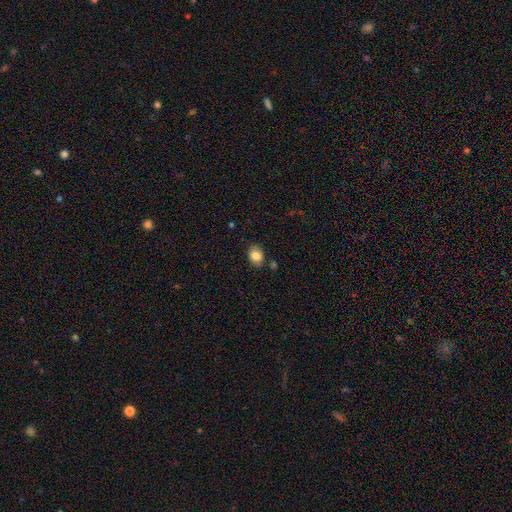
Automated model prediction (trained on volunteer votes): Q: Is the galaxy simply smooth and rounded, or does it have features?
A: smooth — 84%.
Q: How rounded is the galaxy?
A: in between — 64%.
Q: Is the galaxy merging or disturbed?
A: none — 78%.